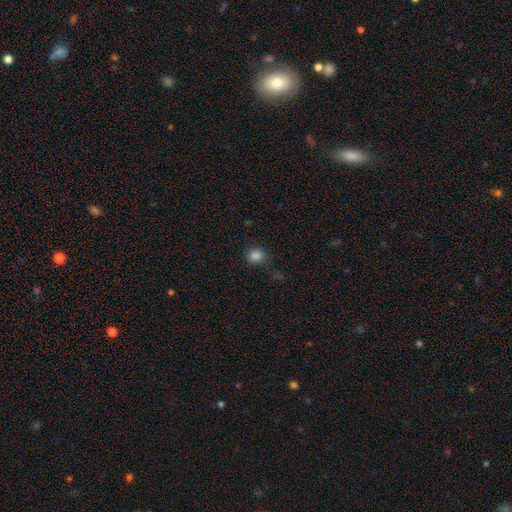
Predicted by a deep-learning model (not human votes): smooth-or-featured: smooth: 83% | star or artifact: 13% | featured or disk: 4%
  how-rounded: round: 66% | in between: 33% | cigar-shaped: 1%
  merging: none: 77% | minor disturbance: 14% | major disturbance: 6% | merger: 3%